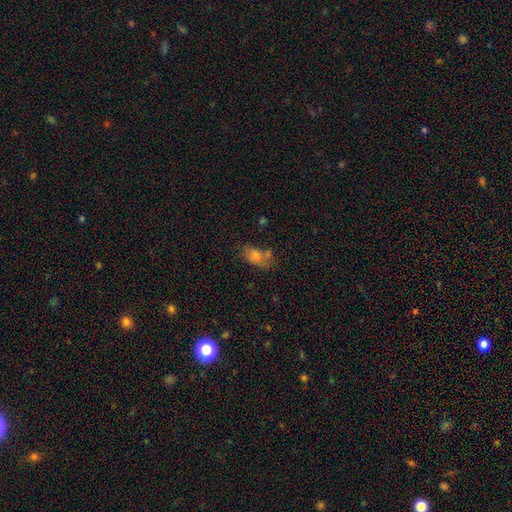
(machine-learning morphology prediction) Smooth or featured? Predicted: smooth (p=0.68). How rounded? Predicted: in between (p=0.78). Merging? Predicted: none (p=0.54).